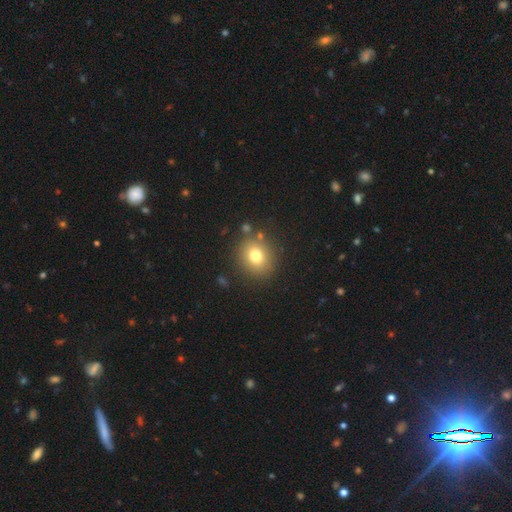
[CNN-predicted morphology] This appears to be a smooth galaxy with no disk features (75%) that is round (79%). Merging: none (83%).